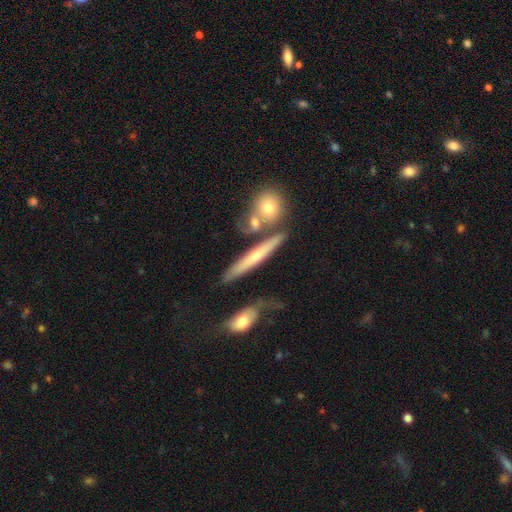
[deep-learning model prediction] Smooth or featured: featured or disk — 46% (tied with smooth — 46%)
Merging: none — 60% (merger — 17%)